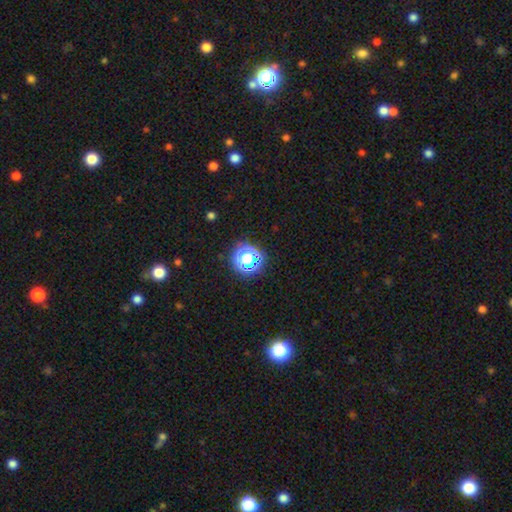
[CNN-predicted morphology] Q: Smooth or featured?
A: star or artifact (51%); runner-up: smooth (40%)